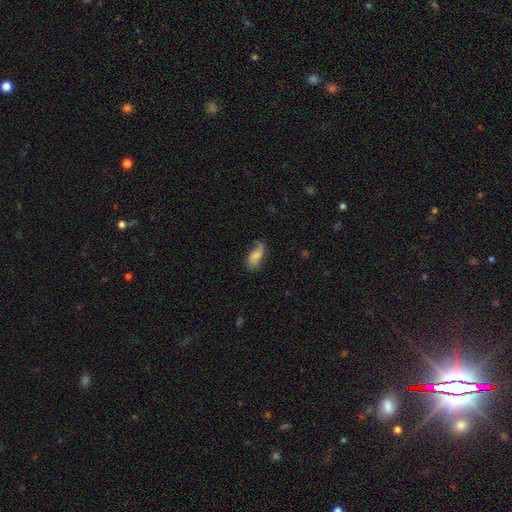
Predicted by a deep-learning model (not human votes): A smooth galaxy with no disk features (57%) that is in between round and cigar-shaped (84%).

Vote fractions:
- Smooth or featured? smooth: 57% / featured or disk: 35% / star or artifact: 8%
- How rounded? in between: 84% / cigar-shaped: 12% / round: 3%
- Merging? none: 58% / minor disturbance: 28% / major disturbance: 12% / merger: 2%